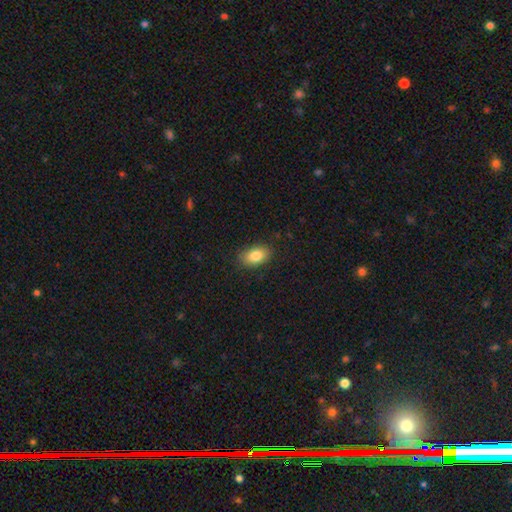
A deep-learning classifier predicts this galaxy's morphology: This appears to be a smooth galaxy with no disk features (84%) that is in between round and cigar-shaped (89%). Merging: none (85%).